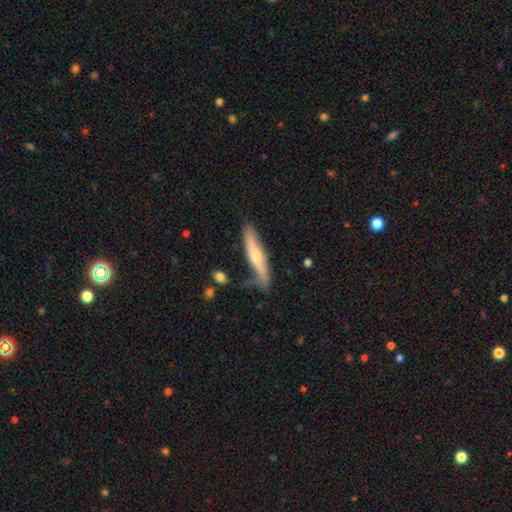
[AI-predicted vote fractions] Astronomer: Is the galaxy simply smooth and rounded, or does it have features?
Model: featured or disk — 52% (runner-up: smooth, 42%).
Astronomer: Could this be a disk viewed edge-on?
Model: yes — 76%.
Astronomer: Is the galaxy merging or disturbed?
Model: none — 59%.